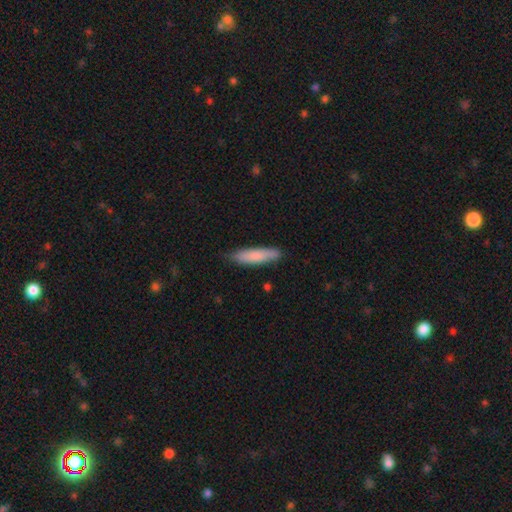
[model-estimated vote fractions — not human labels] Q: Smooth or featured?
A: smooth (80%); runner-up: featured or disk (14%)
Q: How rounded?
A: cigar-shaped (80%); runner-up: in between (18%)
Q: Merging?
A: none (82%); runner-up: minor disturbance (14%)